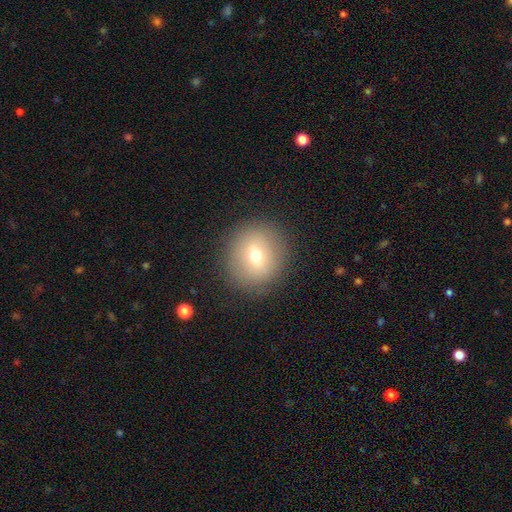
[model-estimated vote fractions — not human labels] This appears to be a smooth galaxy with no disk features (69%) that is round (92%). Merging: none (88%).